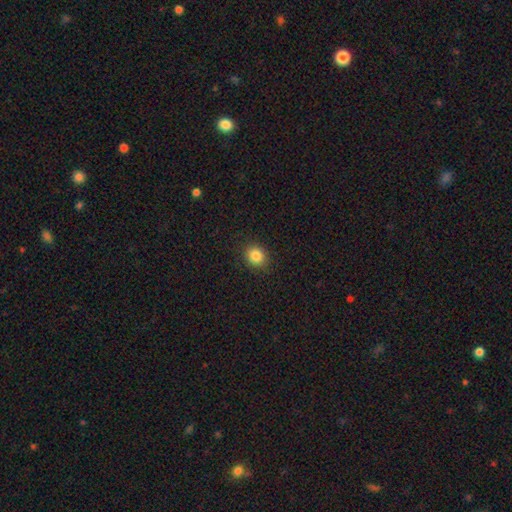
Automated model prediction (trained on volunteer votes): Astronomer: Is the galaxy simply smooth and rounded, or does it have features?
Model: smooth — 85%.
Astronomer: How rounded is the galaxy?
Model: round — 74%.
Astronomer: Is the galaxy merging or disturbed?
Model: none — 90%.